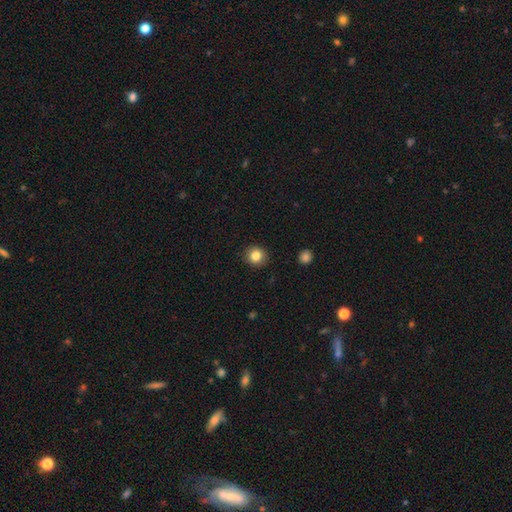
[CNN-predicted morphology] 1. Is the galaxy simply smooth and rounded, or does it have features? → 84% smooth, 10% star or artifact, 6% featured or disk.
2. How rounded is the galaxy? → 89% round, 10% in between, 1% cigar-shaped.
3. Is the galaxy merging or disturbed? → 91% none, 6% minor disturbance, 2% major disturbance, 1% merger.